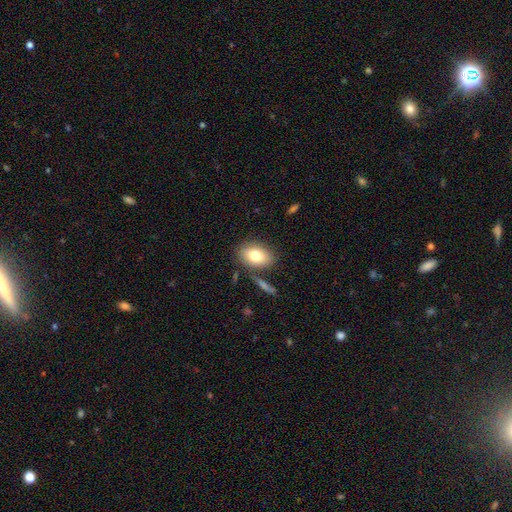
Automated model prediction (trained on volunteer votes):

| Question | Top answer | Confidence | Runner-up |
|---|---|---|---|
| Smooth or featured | smooth | 79% | featured or disk (13%) |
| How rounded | in between | 84% | round (15%) |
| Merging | none | 77% | minor disturbance (12%) |